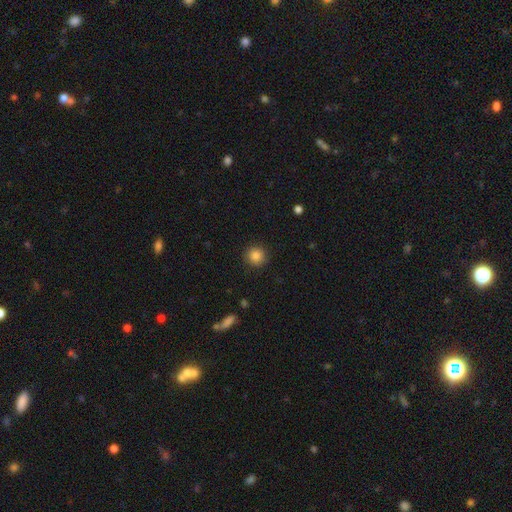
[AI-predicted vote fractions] Smooth or featured? smooth (85%)
How rounded? round (94%)
Merging? none (91%)